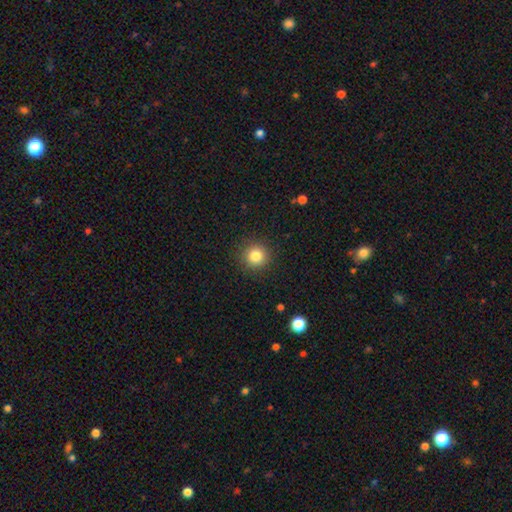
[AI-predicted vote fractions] smooth 83%, star or artifact 11%, featured or disk 6%. Down the decision tree: how rounded — round (94%); merging — none (91%).